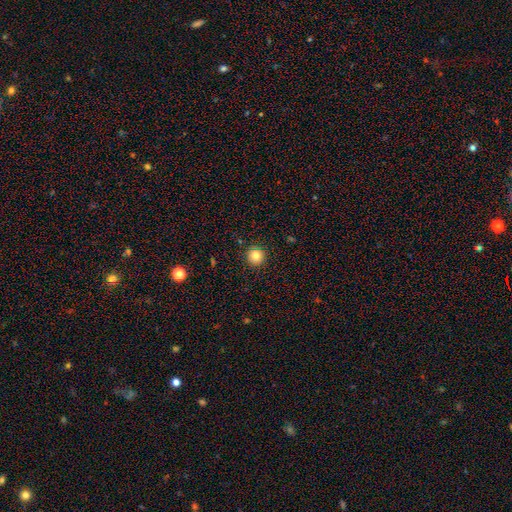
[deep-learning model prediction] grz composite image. It shows a smooth galaxy with no disk features (83%) that is round (95%). Merging: none (92%).